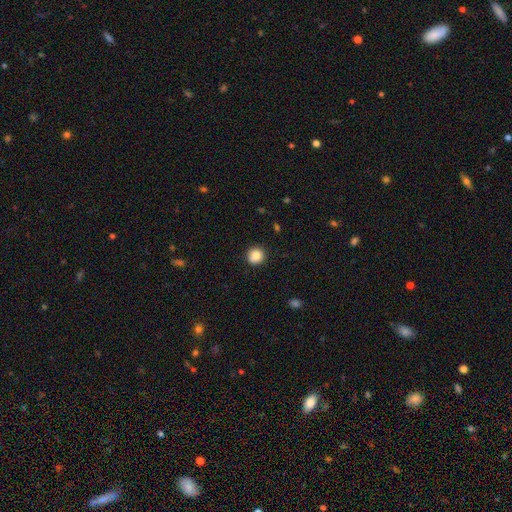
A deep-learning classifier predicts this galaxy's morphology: Smooth or featured?
  - smooth: 86% *
  - star or artifact: 10%
  - featured or disk: 4%
How rounded?
  - round: 92% *
  - in between: 7%
  - cigar-shaped: 1%
Merging?
  - none: 89% *
  - minor disturbance: 8%
  - major disturbance: 2%
  - merger: 1%